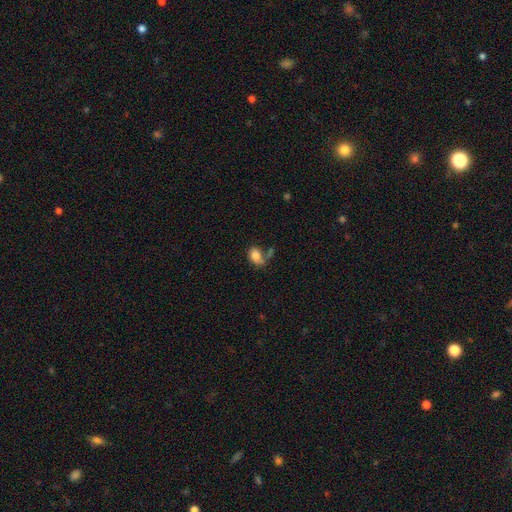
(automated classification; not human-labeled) Overall: smooth (76%). How rounded: in between (79%). Merging: none (34%; merger 27%).